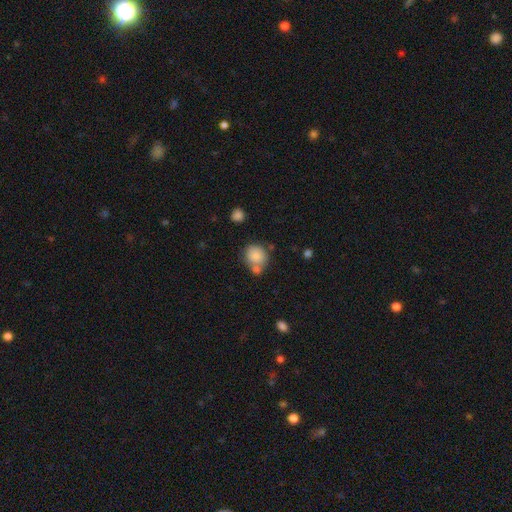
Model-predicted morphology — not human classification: smooth-or-featured: smooth: 82% | featured or disk: 9% | star or artifact: 8%
  how-rounded: round: 75% | in between: 24% | cigar-shaped: 1%
  merging: none: 50% | merger: 31% | minor disturbance: 14% | major disturbance: 5%